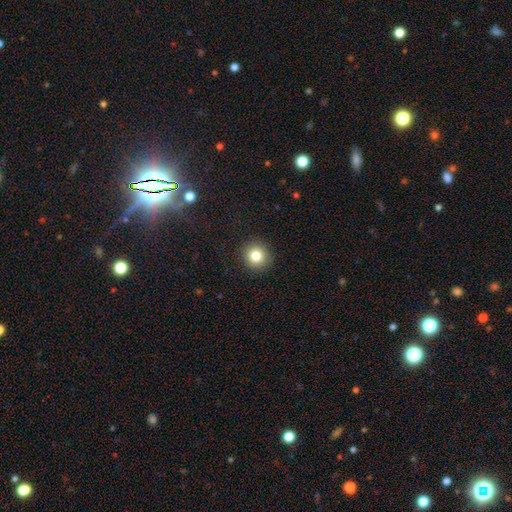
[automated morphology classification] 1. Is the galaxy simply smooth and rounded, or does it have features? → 82% smooth, 11% star or artifact, 7% featured or disk.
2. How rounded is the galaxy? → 94% round, 5% in between, 1% cigar-shaped.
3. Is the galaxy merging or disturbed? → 91% none, 6% minor disturbance, 2% major disturbance, 1% merger.